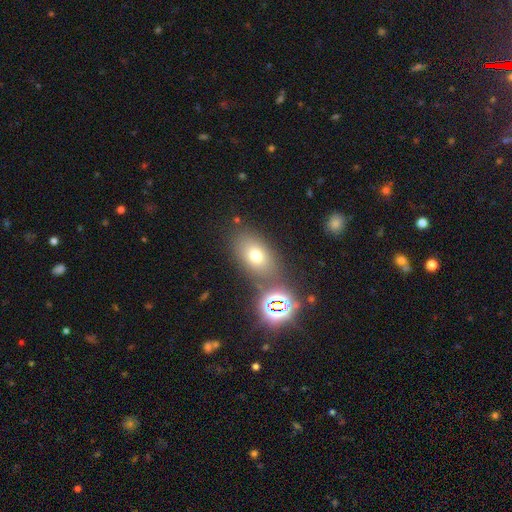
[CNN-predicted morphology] type=smooth (67%); roundness=in between (80%); merging=none (72%).